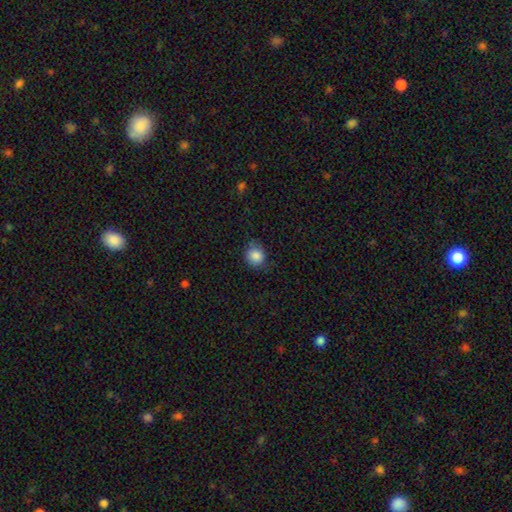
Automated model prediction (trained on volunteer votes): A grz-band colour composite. It shows a smooth galaxy with no disk features (86%) that is round (81%). Merging: none (71%).